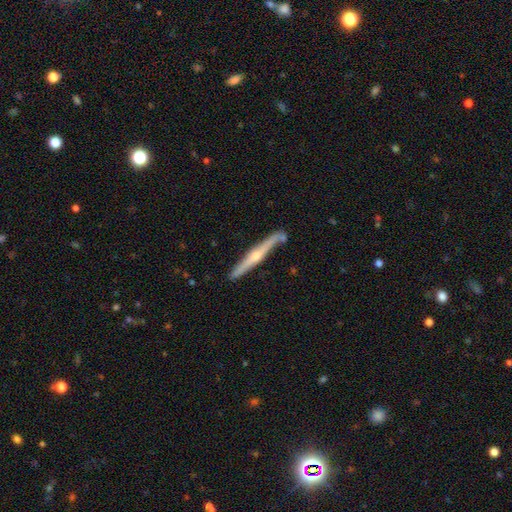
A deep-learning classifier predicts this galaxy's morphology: This is likely a featured or disk galaxy (70%). It is clearly viewed edge-on (97%). Edge-on bulge: clearly rounded (82%). Merging: clearly none (81%).